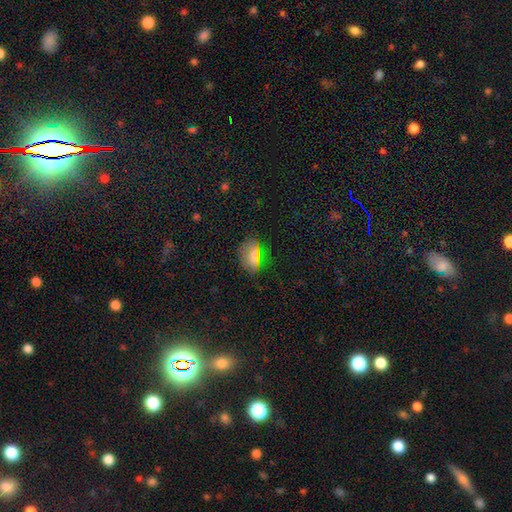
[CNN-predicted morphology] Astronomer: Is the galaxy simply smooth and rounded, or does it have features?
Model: smooth — 63%.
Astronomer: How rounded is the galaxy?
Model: in between — 75%.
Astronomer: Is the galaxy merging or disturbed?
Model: none — 80%.